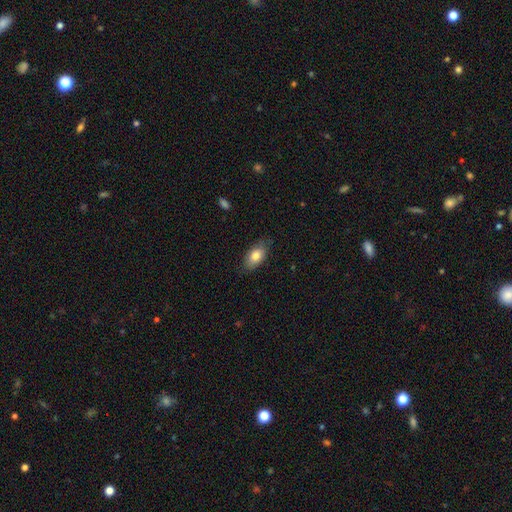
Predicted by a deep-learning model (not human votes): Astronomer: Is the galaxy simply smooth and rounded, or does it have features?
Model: smooth — 80%.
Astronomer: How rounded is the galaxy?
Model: in between — 90%.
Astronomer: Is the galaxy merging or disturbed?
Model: none — 80%.